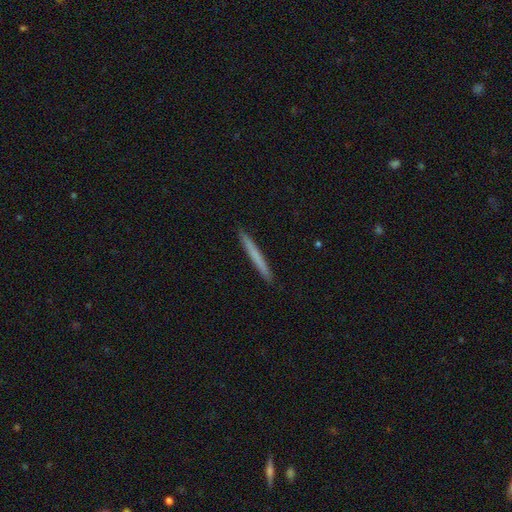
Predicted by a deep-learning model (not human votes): smooth_or_featured: smooth (p=0.65) [alt: featured or disk p=0.29]
how_rounded: cigar-shaped (p=0.97) [alt: in between p=0.02]
merging: none (p=0.93) [alt: minor disturbance p=0.05]